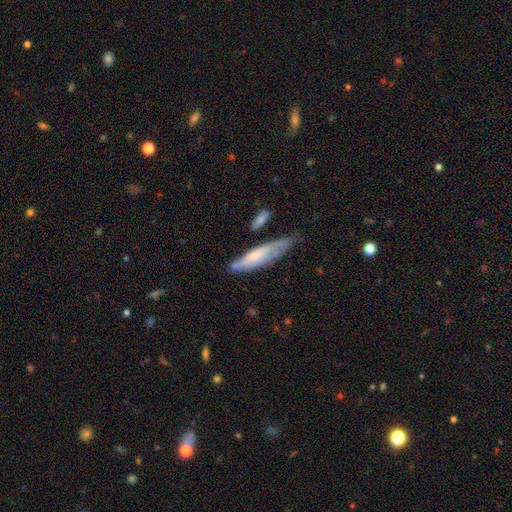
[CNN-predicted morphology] type=smooth (48%); merging=none (56%).